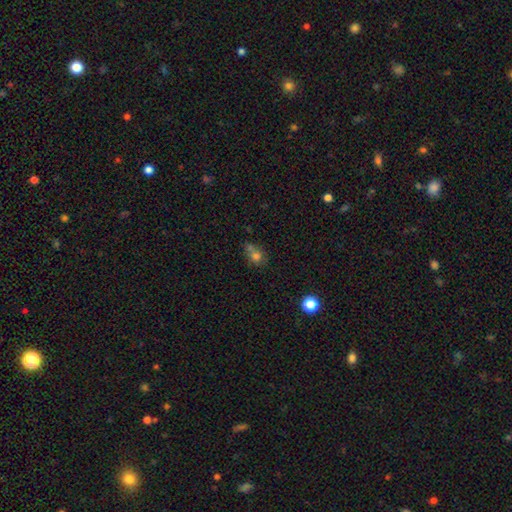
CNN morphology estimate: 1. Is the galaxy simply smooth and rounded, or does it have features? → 70% smooth, 16% star or artifact, 14% featured or disk.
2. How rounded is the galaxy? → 60% round, 38% in between, 2% cigar-shaped.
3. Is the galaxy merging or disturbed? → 40% none, 30% merger, 19% minor disturbance, 11% major disturbance.